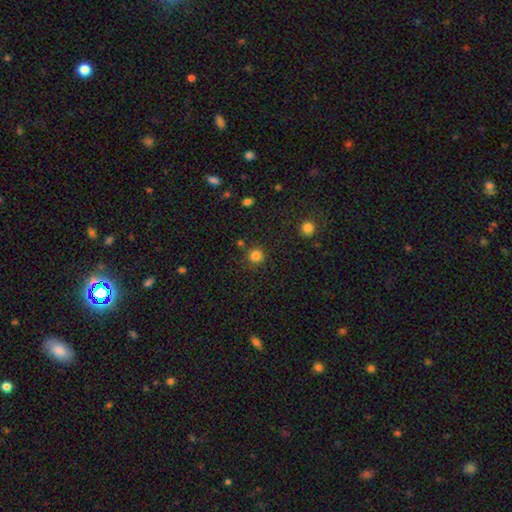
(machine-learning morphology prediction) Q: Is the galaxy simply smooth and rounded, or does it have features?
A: smooth — 83%.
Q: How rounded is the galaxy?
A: round — 94%.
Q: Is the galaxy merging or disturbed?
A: none — 85%.